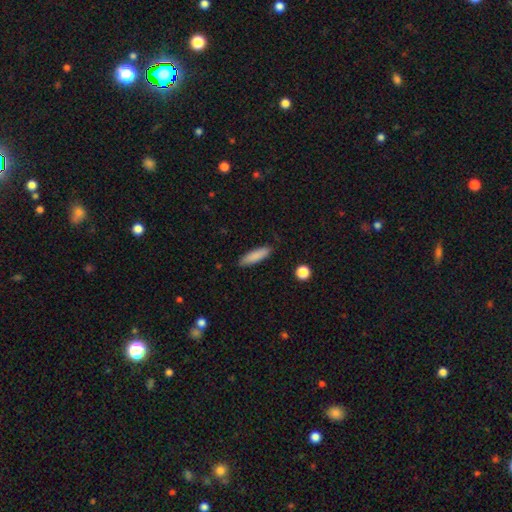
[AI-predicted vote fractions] smooth 86%, featured or disk 8%, star or artifact 6%. Down the decision tree: how rounded — cigar-shaped (65%); merging — none (87%).